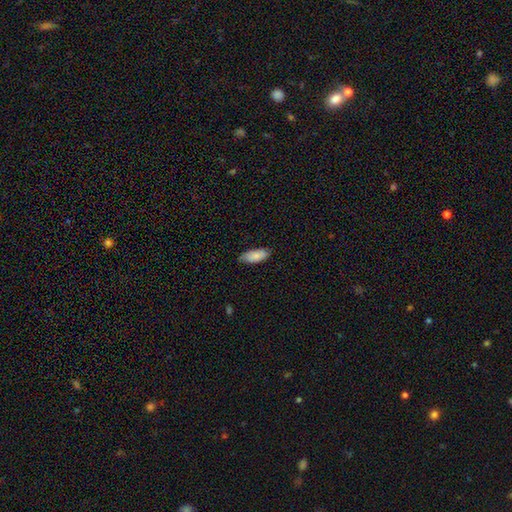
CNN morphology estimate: smooth 85%, featured or disk 9%, star or artifact 6%. Down the decision tree: how rounded — in between (83%); merging — none (77%).